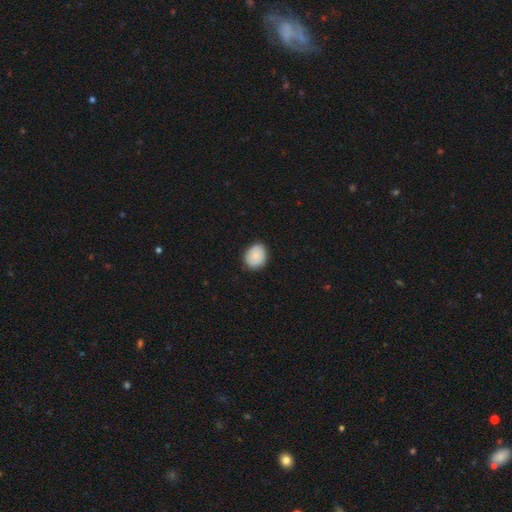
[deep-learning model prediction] A smooth galaxy with no disk features (84%) that is round (56%). Merging: none (84%).